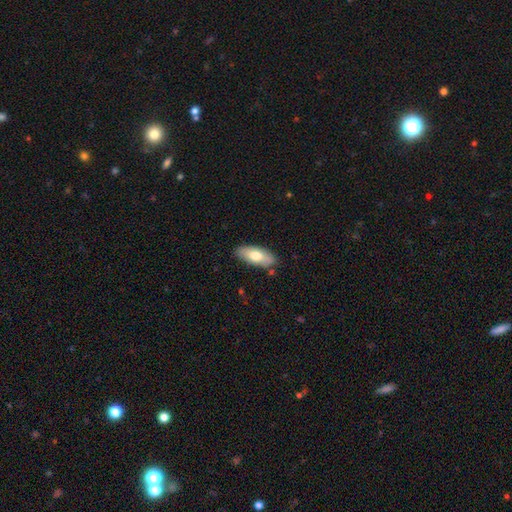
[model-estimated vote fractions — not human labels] This is likely a smooth galaxy (71%). How rounded: clearly in between (83%). Merging: clearly none (83%).